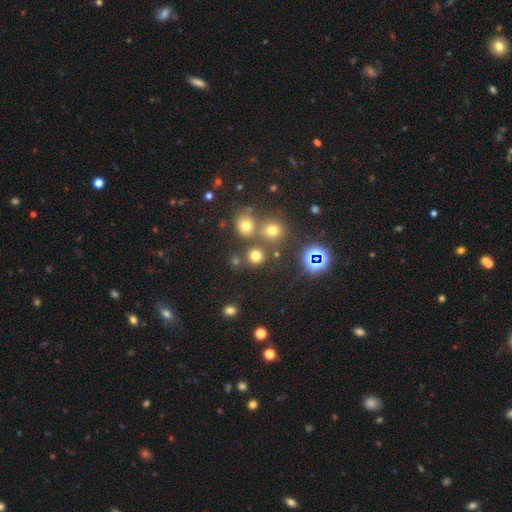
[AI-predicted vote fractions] smooth_or_featured: smooth (p=0.68) [alt: star or artifact p=0.25]
how_rounded: round (p=0.88) [alt: in between p=0.11]
merging: none (p=0.74) [alt: merger p=0.15]